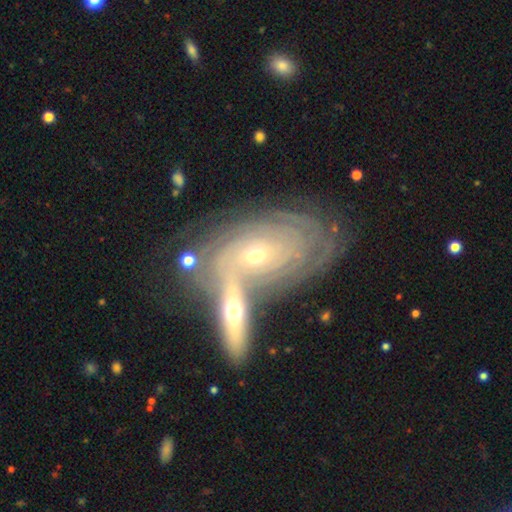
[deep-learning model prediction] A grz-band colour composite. It shows a featured or disk galaxy (80%) with no bar (75%), tight (81%) spiral arms (89%) and a small central bulge (64%). Merging: none (46%).